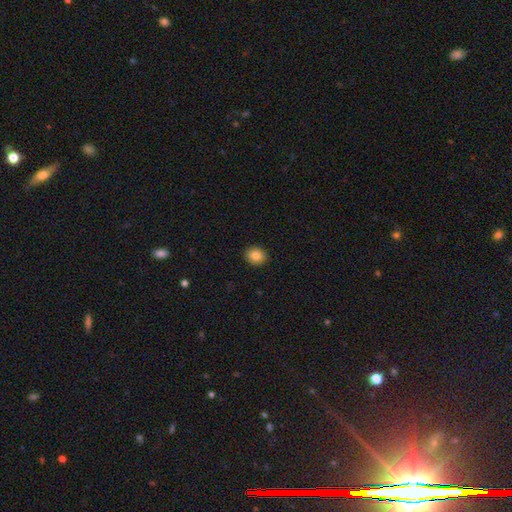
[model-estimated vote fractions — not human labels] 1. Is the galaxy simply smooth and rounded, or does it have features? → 85% smooth, 9% star or artifact, 5% featured or disk.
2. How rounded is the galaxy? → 59% round, 40% in between, 1% cigar-shaped.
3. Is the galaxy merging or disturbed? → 91% none, 6% minor disturbance, 2% major disturbance, 1% merger.